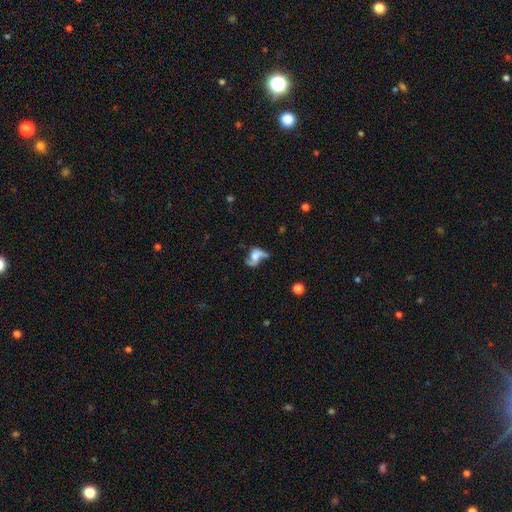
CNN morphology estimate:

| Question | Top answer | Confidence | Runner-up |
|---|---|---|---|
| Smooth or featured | featured or disk | 67% | smooth (23%) |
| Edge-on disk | no | 96% | yes (4%) |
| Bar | no | 64% | weak (28%) |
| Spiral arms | yes | 83% | no (17%) |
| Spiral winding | loose | 72% | medium (22%) |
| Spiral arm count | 2 | 81% | 1 (10%) |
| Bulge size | moderate | 34% | large (23%) |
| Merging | none | 37% | major disturbance (28%) |